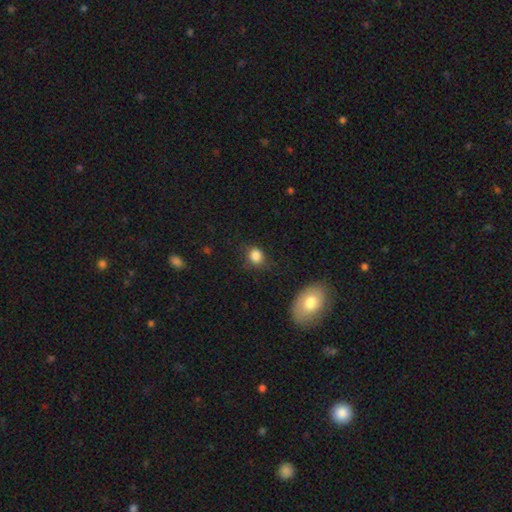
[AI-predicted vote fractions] This appears to be a smooth galaxy with no disk features (84%) that is round (69%). Merging: none (75%).